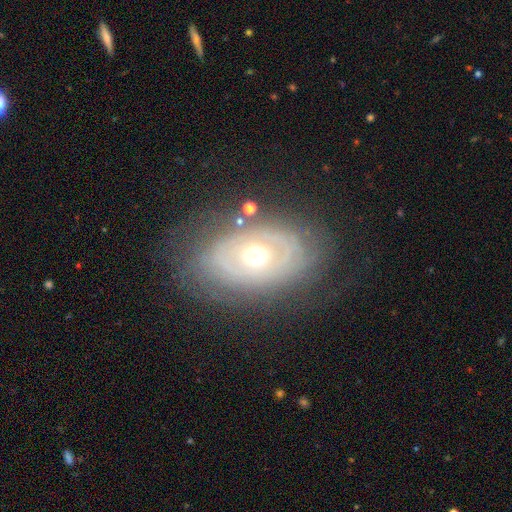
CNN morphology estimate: Q: Smooth or featured?
A: featured or disk (70%); runner-up: smooth (23%)
Q: Edge-on disk?
A: no (93%); runner-up: yes (7%)
Q: Bar?
A: no (86%); runner-up: weak (10%)
Q: Spiral arms?
A: yes (51%); runner-up: no (49%)
Q: Bulge size?
A: moderate (66%); runner-up: small (28%)
Q: Merging?
A: none (74%); runner-up: minor disturbance (17%)